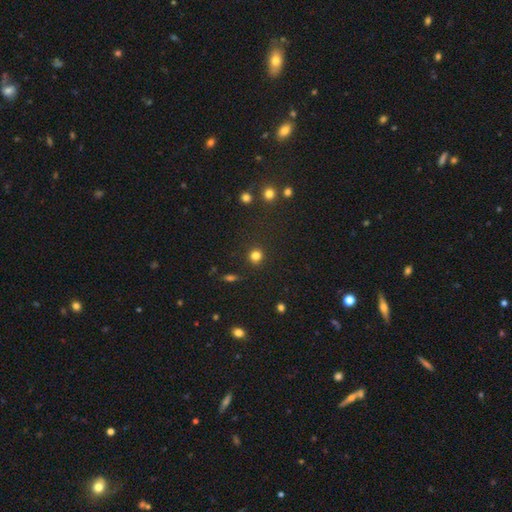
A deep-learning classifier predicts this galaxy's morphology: smooth 81%, star or artifact 15%, featured or disk 5%. Down the decision tree: how rounded — round (90%); merging — none (88%).